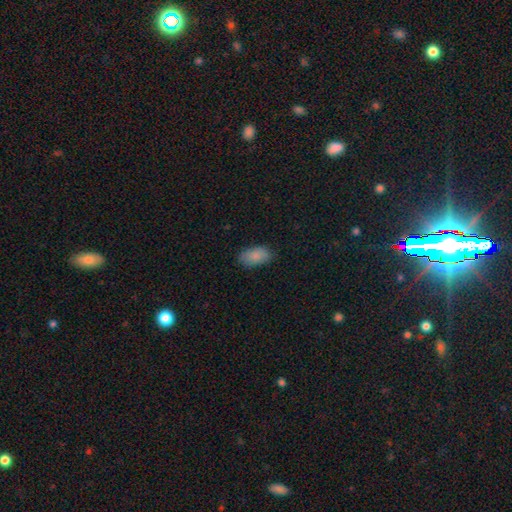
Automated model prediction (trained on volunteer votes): Smooth or featured?
  - smooth: 85% *
  - star or artifact: 7%
  - featured or disk: 7%
How rounded?
  - in between: 93% *
  - round: 5%
  - cigar-shaped: 2%
Merging?
  - none: 80% *
  - minor disturbance: 16%
  - major disturbance: 3%
  - merger: 1%